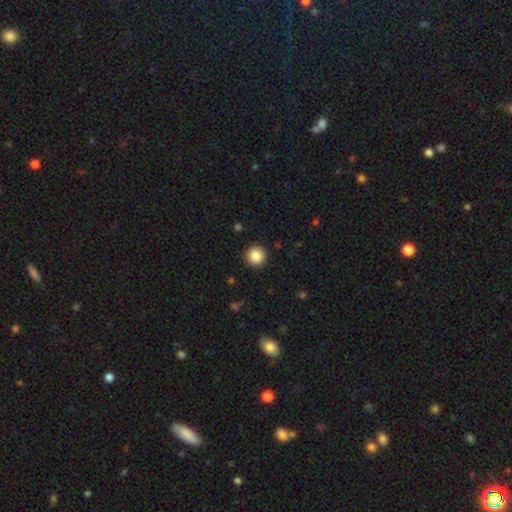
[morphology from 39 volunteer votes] Smooth or featured? 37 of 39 (95%) said smooth. How rounded? 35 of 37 (95%) said round. Merging? 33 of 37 (89%) said none.